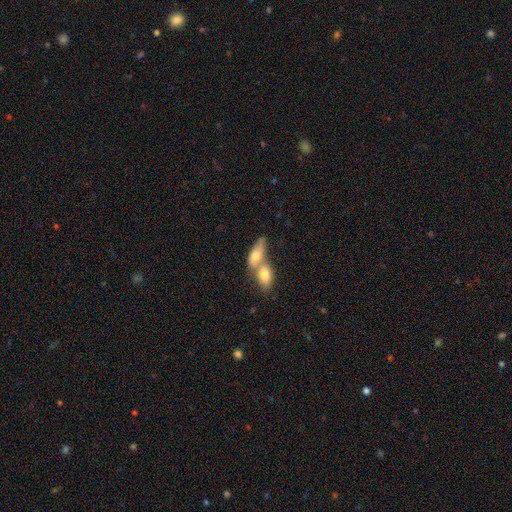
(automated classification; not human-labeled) Morphology: type=smooth (72%); roundness=in between (77%); merging=merger (69%).